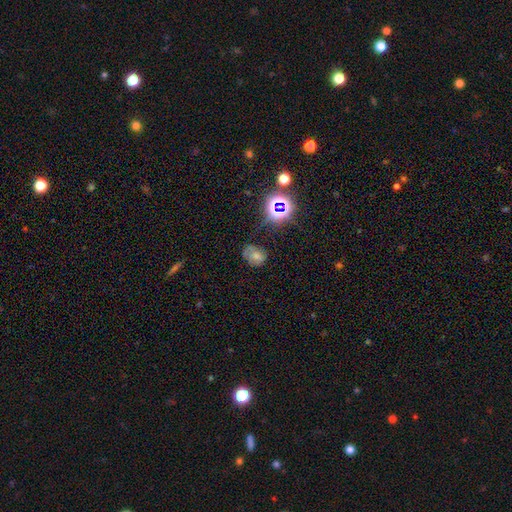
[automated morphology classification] Smooth or featured? smooth (53%)
How rounded? in between (56%)
Merging? none (49%)